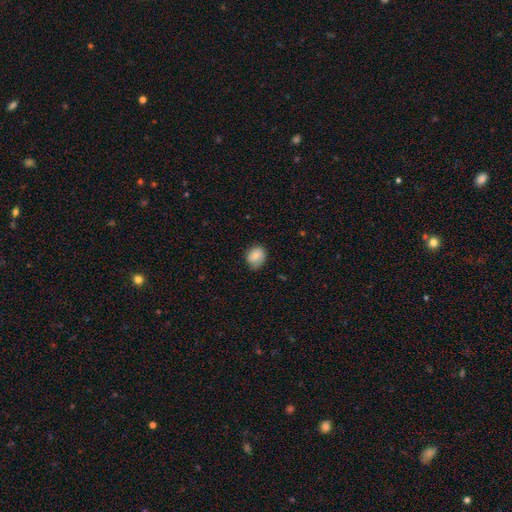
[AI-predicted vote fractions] The model was most divided on "how rounded": round: 56%, in between: 44%, cigar-shaped: 1%. More confident: smooth or featured — smooth (75%); merging — none (65%).